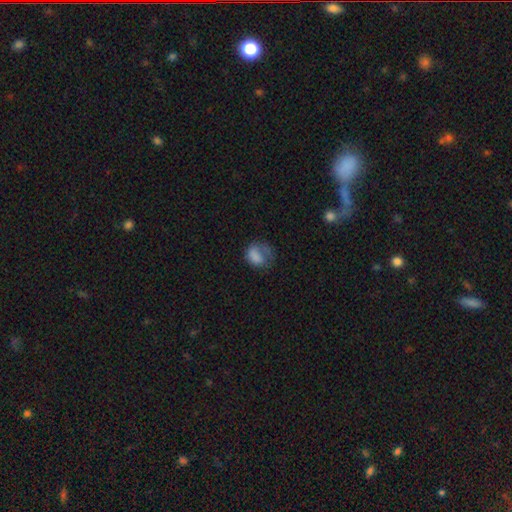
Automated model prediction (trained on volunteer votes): This appears to be a smooth galaxy with no disk features (74%) that is in between round and cigar-shaped (60%). Merging: major disturbance (38%).